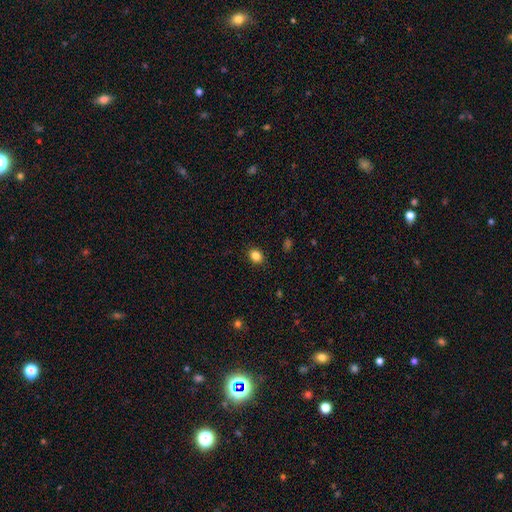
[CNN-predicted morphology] Smooth or featured?
  - smooth: 85% *
  - star or artifact: 11%
  - featured or disk: 5%
How rounded?
  - in between: 50% * (tied)
  - round: 50% * (tied)
  - cigar-shaped: 1%
Merging?
  - none: 89% *
  - minor disturbance: 8%
  - major disturbance: 2%
  - merger: 1%